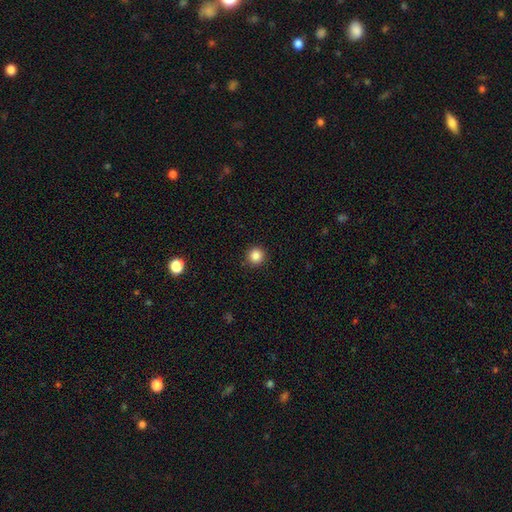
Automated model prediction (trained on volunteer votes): smooth_or_featured: smooth (p=0.85) [alt: star or artifact p=0.11]
how_rounded: round (p=0.95) [alt: in between p=0.04]
merging: none (p=0.92) [alt: minor disturbance p=0.05]